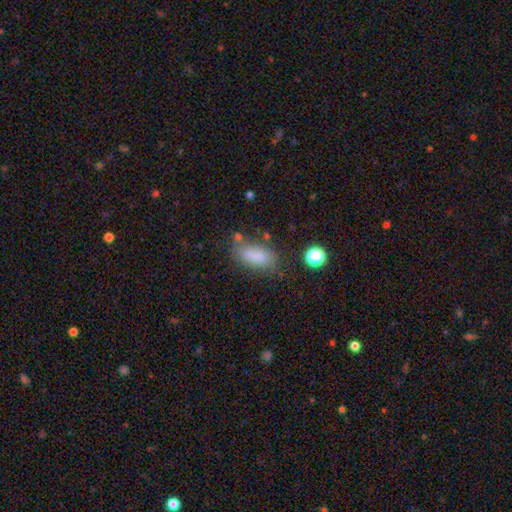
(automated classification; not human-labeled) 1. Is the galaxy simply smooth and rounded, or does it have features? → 82% smooth, 10% star or artifact, 8% featured or disk.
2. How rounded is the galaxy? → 84% in between, 12% cigar-shaped, 4% round.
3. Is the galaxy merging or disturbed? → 68% none, 18% minor disturbance, 7% merger, 7% major disturbance.